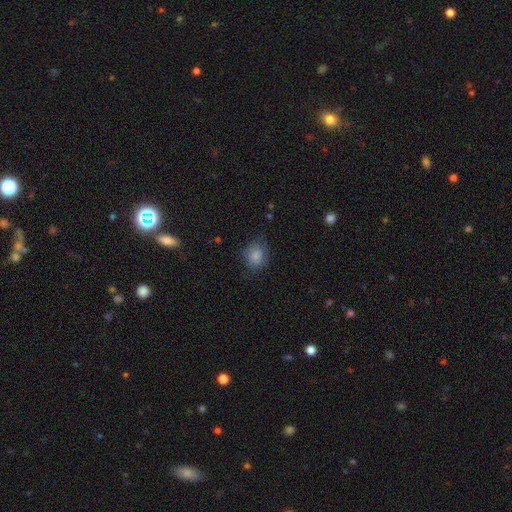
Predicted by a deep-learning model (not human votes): A smooth galaxy with no disk features (83%) that is round (62%).

Vote fractions:
- Smooth or featured? smooth: 83% / featured or disk: 9% / star or artifact: 9%
- How rounded? round: 62% / in between: 37% / cigar-shaped: 1%
- Merging? none: 69% / minor disturbance: 22% / major disturbance: 7% / merger: 1%